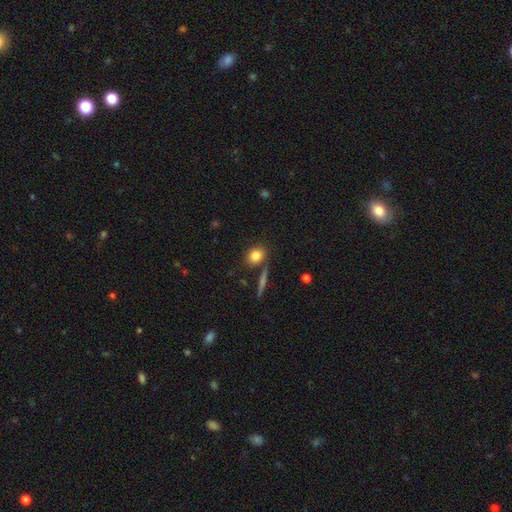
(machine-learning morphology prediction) This is clearly a smooth galaxy (82%). How rounded: possibly round (51%). Merging: likely none (75%).